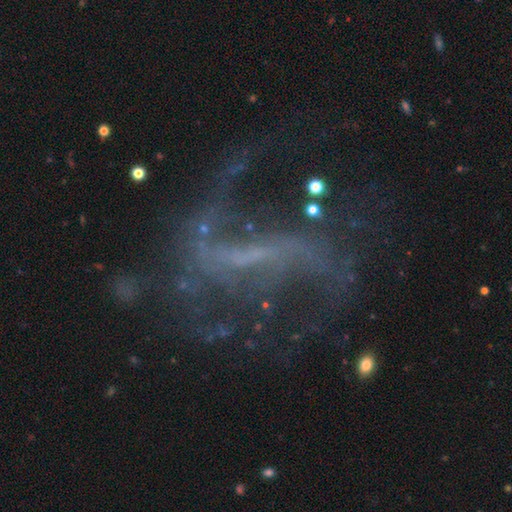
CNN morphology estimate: Smooth or featured: featured or disk — 83% (star or artifact — 12%)
Edge-on disk: no — 96% (yes — 4%)
Bar: strong — 47% (weak — 38%)
Spiral arms: yes — 89% (no — 11%)
Spiral winding: loose — 70% (medium — 23%)
Spiral arm count: 2 — 73% (can't tell — 9%)
Bulge size: none — 49% (small — 37%)
Merging: none — 53% (major disturbance — 27%)